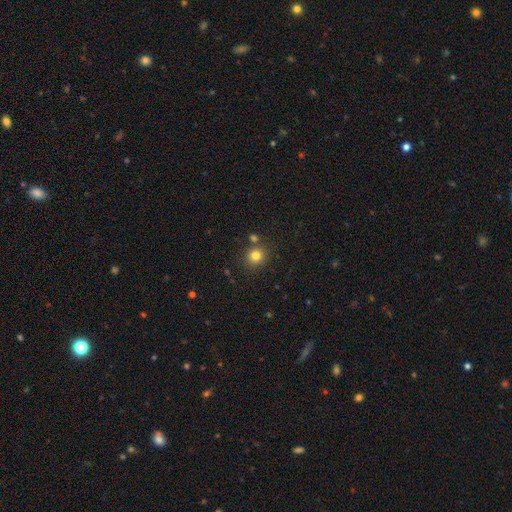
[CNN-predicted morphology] Smooth or featured?
  - smooth: 80% *
  - star or artifact: 13%
  - featured or disk: 7%
How rounded?
  - round: 88% *
  - in between: 11%
  - cigar-shaped: 1%
Merging?
  - none: 79% *
  - merger: 9%
  - minor disturbance: 8%
  - major disturbance: 3%